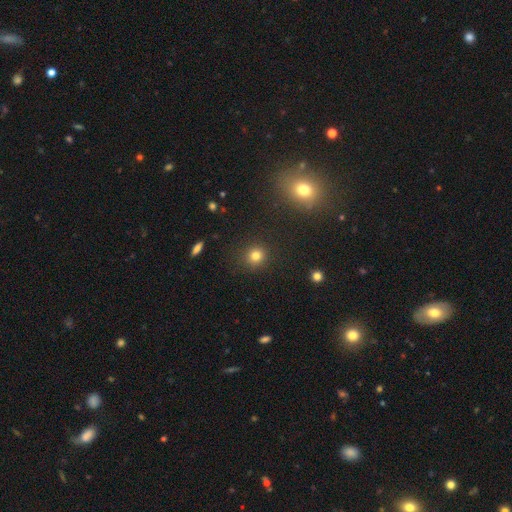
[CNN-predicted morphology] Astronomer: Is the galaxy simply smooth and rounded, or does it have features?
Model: smooth — 80%.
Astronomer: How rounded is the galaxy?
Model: round — 91%.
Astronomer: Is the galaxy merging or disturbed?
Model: none — 90%.